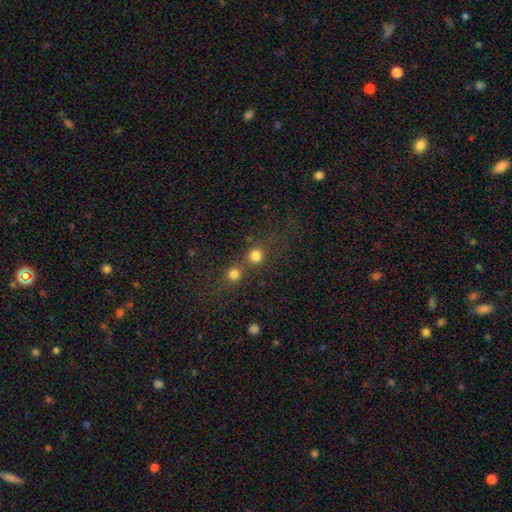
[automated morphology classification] This is likely a smooth galaxy (78%). How rounded: clearly round (92%). Merging: possibly none (56%).